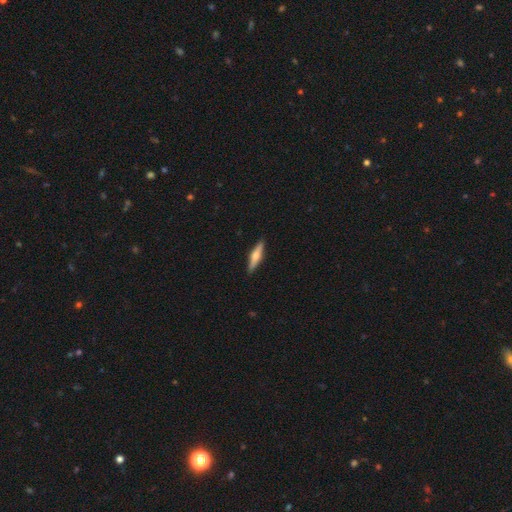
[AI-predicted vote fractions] This is possibly a smooth galaxy (48%). Merging: clearly none (90%).